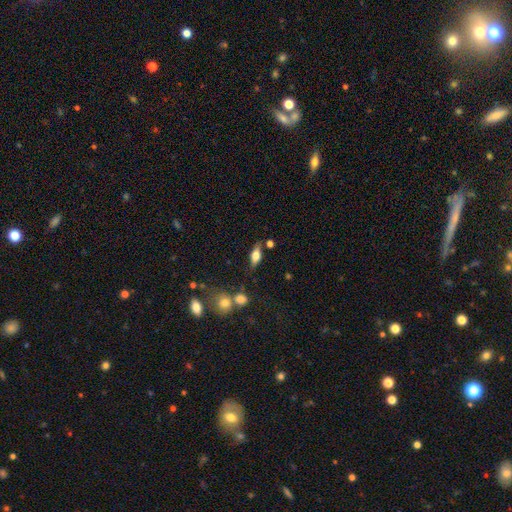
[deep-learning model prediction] The model was most divided on "smooth or featured": smooth: 57%, featured or disk: 34%, star or artifact: 9%. More confident: merging — none (74%); how rounded — in between (74%).